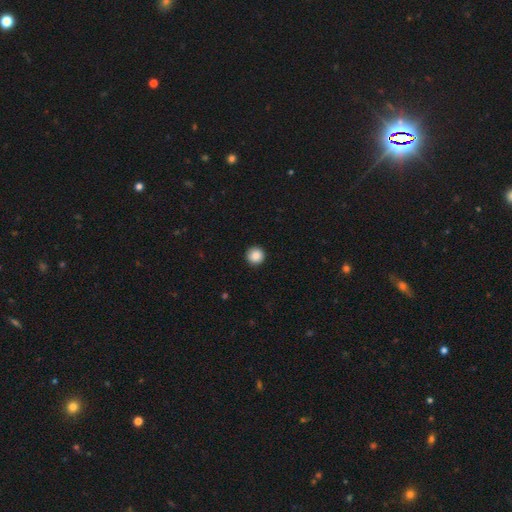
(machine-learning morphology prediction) smooth_or_featured: smooth (p=0.88) [alt: star or artifact p=0.09]
how_rounded: round (p=0.96) [alt: in between p=0.03]
merging: none (p=0.92) [alt: minor disturbance p=0.05]